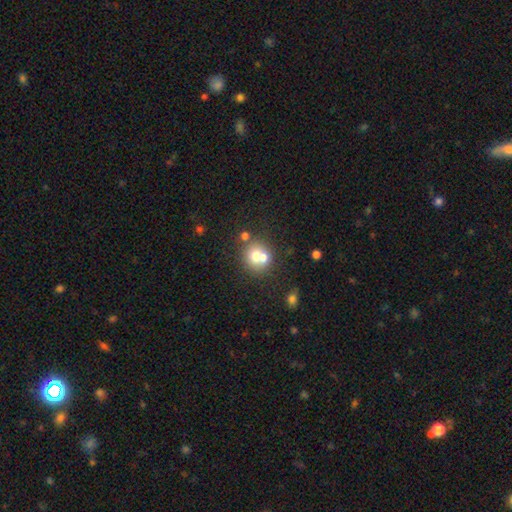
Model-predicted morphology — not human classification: type=smooth (67%); roundness=round (85%); merging=none (45%, tied with merger).